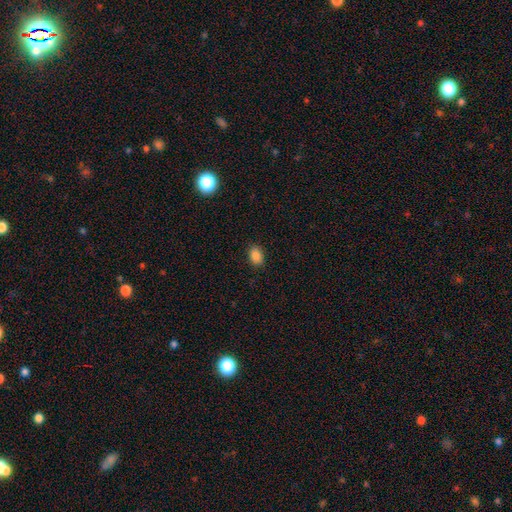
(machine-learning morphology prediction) This appears to be a smooth galaxy with no disk features (87%) that is in between round and cigar-shaped (81%). Merging: none (88%).